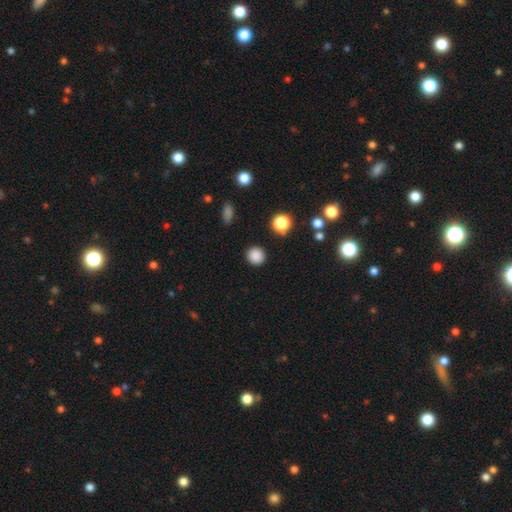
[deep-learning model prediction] Smooth or featured? smooth (86%)
How rounded? round (91%)
Merging? none (90%)